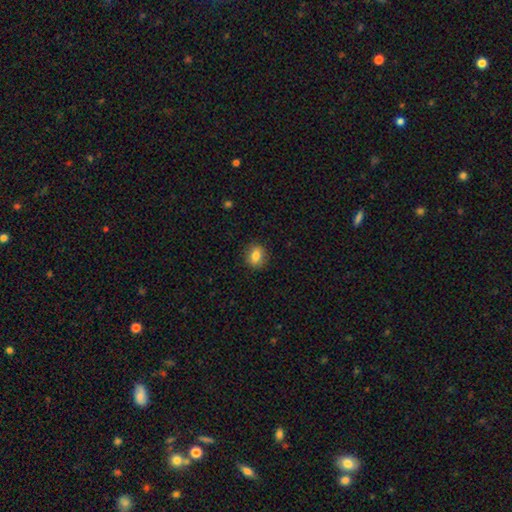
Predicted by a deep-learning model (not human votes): A smooth galaxy with no disk features (80%) that is round (60%). Merging: none (88%).